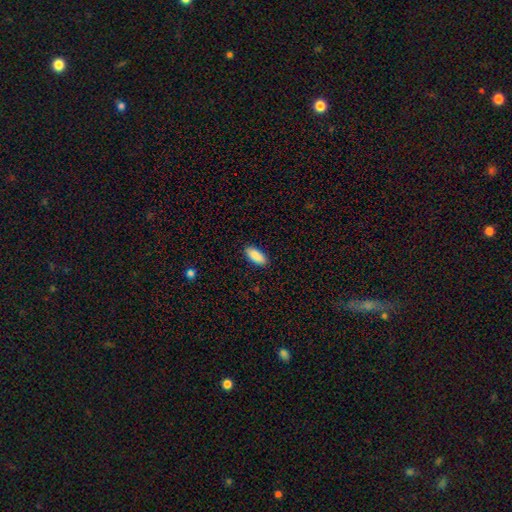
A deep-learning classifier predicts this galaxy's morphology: This appears to be a smooth galaxy with no disk features (90%) that is in between round and cigar-shaped (87%). Merging: none (88%).